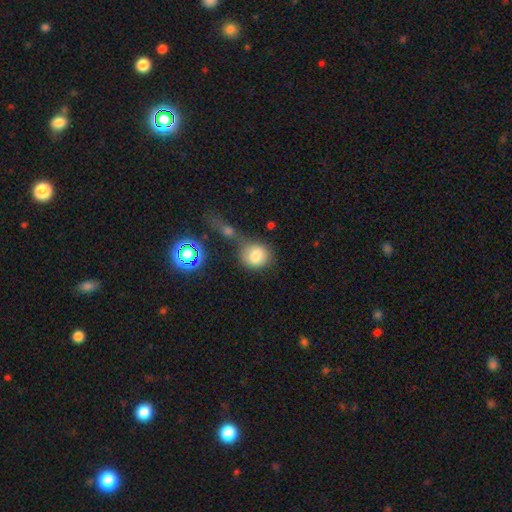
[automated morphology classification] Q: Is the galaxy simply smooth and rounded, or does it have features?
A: smooth — 80%.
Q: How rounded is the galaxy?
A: round — 77%.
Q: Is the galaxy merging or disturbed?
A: none — 52%.